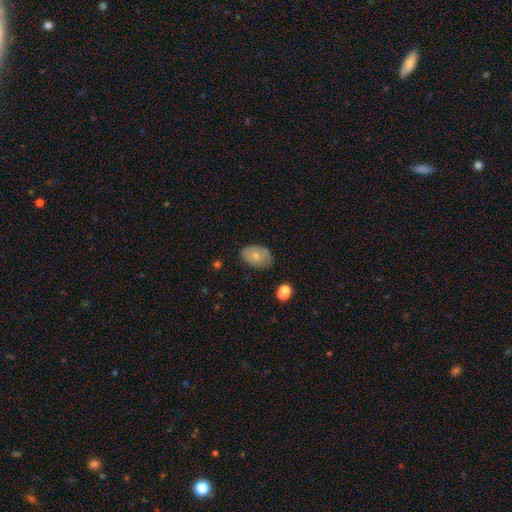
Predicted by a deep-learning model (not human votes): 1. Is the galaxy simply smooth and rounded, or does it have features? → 71% smooth, 21% featured or disk, 8% star or artifact.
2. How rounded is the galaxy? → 84% in between, 15% round, 1% cigar-shaped.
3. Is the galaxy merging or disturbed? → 71% none, 22% minor disturbance, 5% major disturbance, 2% merger.